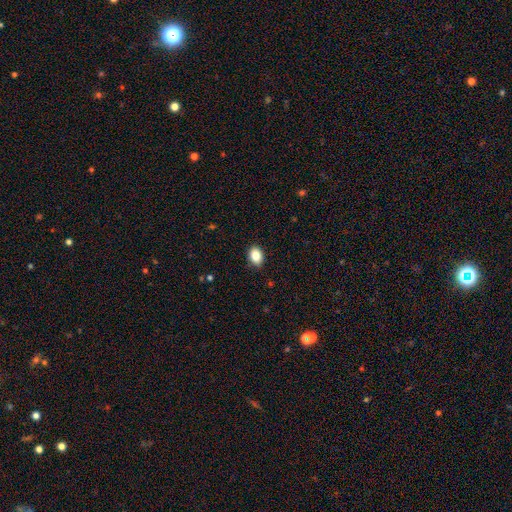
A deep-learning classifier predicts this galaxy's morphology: Q: Smooth or featured?
A: smooth (86%); runner-up: star or artifact (8%)
Q: How rounded?
A: in between (77%); runner-up: round (22%)
Q: Merging?
A: none (87%); runner-up: minor disturbance (10%)